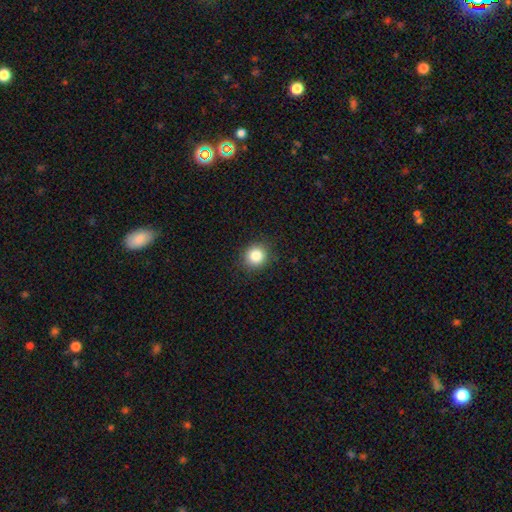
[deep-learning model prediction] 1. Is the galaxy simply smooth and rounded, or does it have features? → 84% smooth, 11% star or artifact, 5% featured or disk.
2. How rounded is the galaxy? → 88% round, 11% in between, 1% cigar-shaped.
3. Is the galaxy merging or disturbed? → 90% none, 7% minor disturbance, 2% major disturbance, 1% merger.